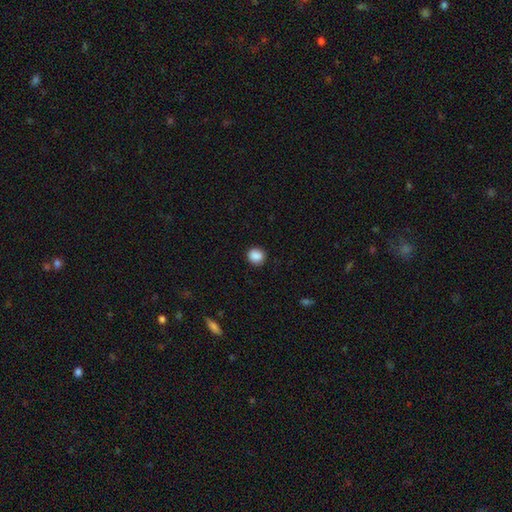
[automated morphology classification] Smooth or featured? smooth (89%)
How rounded? round (87%)
Merging? none (90%)